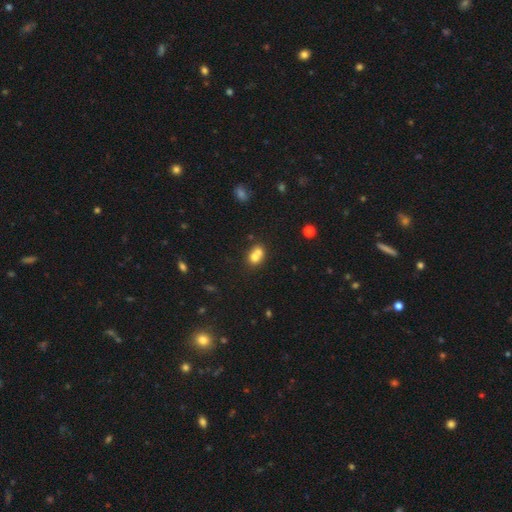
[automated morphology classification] Q: Smooth or featured?
A: smooth (69%); runner-up: featured or disk (18%)
Q: How rounded?
A: round (68%); runner-up: in between (31%)
Q: Merging?
A: merger (62%); runner-up: none (29%)